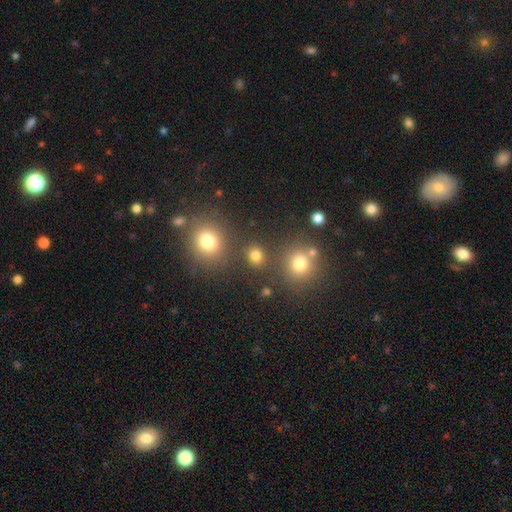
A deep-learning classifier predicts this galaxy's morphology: Smooth or featured? Predicted: smooth (p=0.78). How rounded? Predicted: round (p=0.80). Merging? Predicted: none (p=0.82).